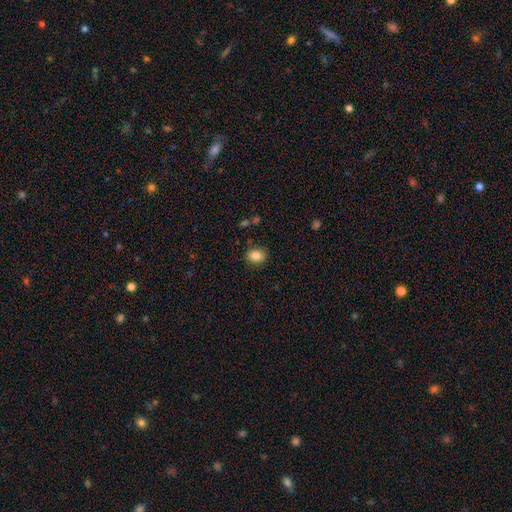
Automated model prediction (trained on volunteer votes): A smooth galaxy with no disk features (85%) that is in between round and cigar-shaped (65%). Merging: none (86%).